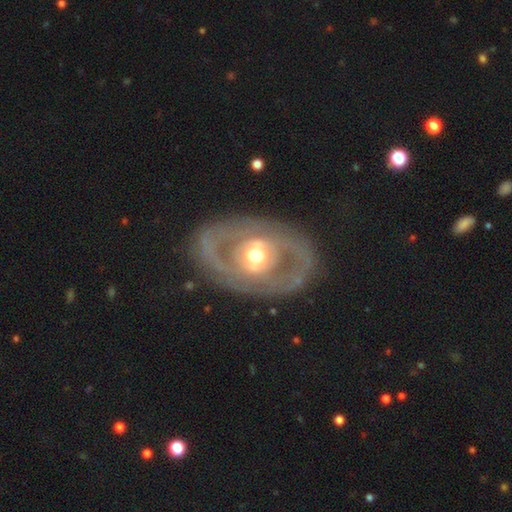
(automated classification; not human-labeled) A featured or disk galaxy (78%) with no bar (39%), no spiral arms (52%) and a moderate central bulge (67%).

Vote fractions:
- Smooth or featured? featured or disk: 78% / smooth: 17% / star or artifact: 5%
- Edge-on disk? no: 93% / yes: 7%
- Bar? no: 39% / weak: 35% / strong: 27%
- Spiral arms? no: 52% / yes: 48%
- Bulge size? moderate: 67% / large: 17% / small: 13% / dominant: 2% / none: 1%
- Merging? none: 76% / minor disturbance: 13% / major disturbance: 10% / merger: 2%